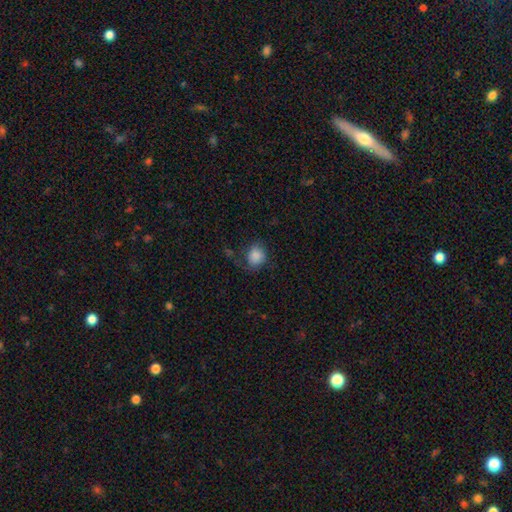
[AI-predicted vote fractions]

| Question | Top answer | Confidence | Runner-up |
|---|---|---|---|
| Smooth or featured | smooth | 83% | featured or disk (8%) |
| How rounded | round | 63% | in between (36%) |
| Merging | none | 56% | minor disturbance (25%) |